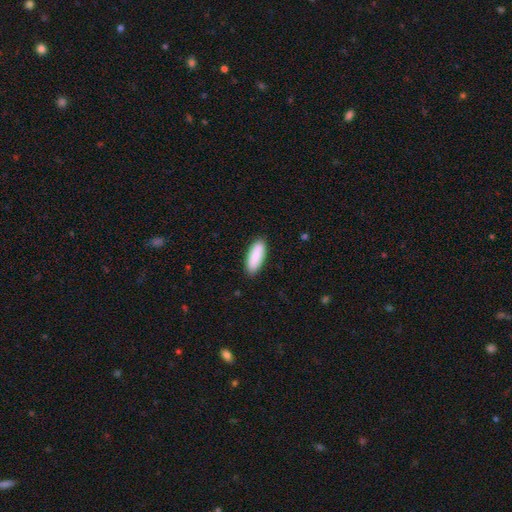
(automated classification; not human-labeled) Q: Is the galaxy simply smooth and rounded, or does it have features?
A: smooth — 90%.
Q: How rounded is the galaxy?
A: in between — 73%.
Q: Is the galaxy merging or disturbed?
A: none — 88%.